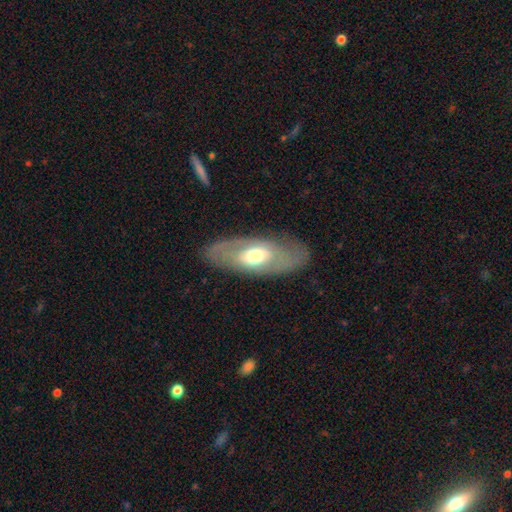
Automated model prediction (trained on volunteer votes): Smooth or featured?
  - featured or disk: 55% *
  - smooth: 39%
  - star or artifact: 6%
Edge-on disk?
  - no: 81% *
  - yes: 19%
Merging?
  - none: 81% *
  - minor disturbance: 12%
  - major disturbance: 5%
  - merger: 1%